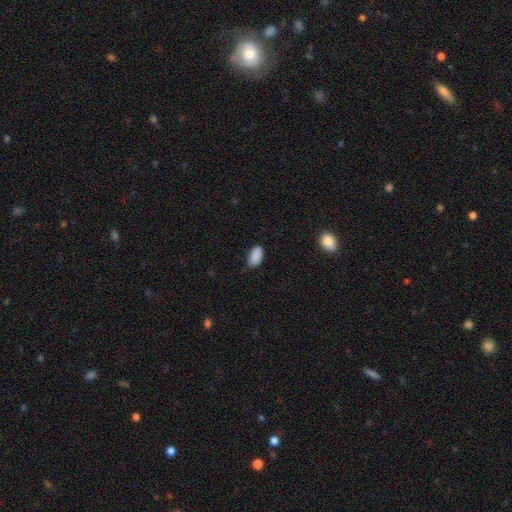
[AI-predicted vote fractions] Morphology: type=smooth (89%); roundness=in between (94%); merging=none (76%).